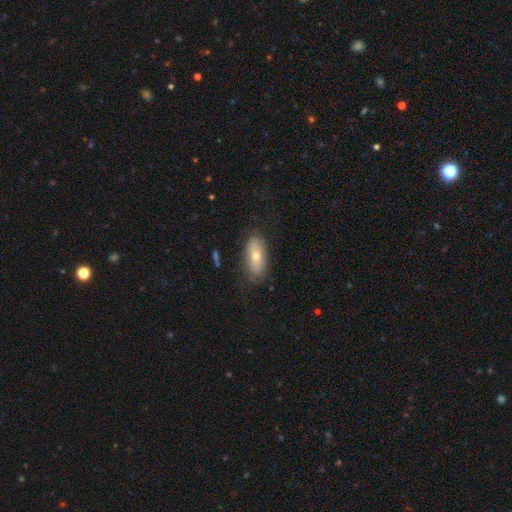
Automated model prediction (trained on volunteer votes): A smooth galaxy with no disk features (63%) that is in between round and cigar-shaped (86%).

Vote fractions:
- Smooth or featured? smooth: 63% / featured or disk: 30% / star or artifact: 8%
- How rounded? in between: 86% / cigar-shaped: 10% / round: 4%
- Merging? none: 73% / minor disturbance: 20% / major disturbance: 6% / merger: 2%